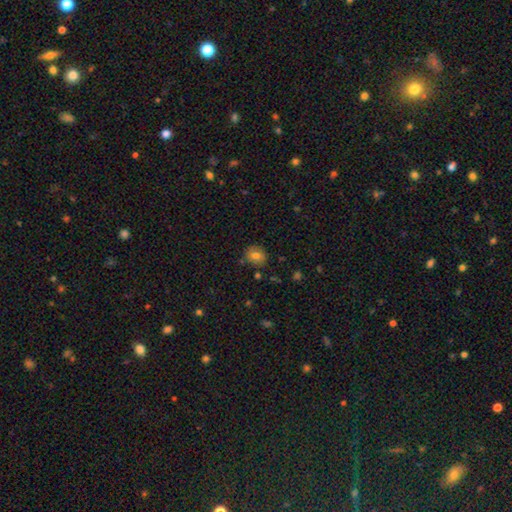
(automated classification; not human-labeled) Q: Smooth or featured?
A: smooth (79%); runner-up: featured or disk (11%)
Q: How rounded?
A: round (68%); runner-up: in between (31%)
Q: Merging?
A: none (80%); runner-up: minor disturbance (14%)